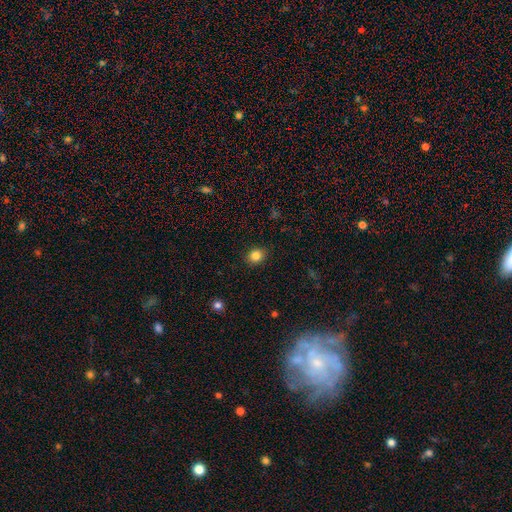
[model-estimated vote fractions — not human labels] This appears to be a smooth galaxy with no disk features (84%) that is round (68%). Merging: none (89%).